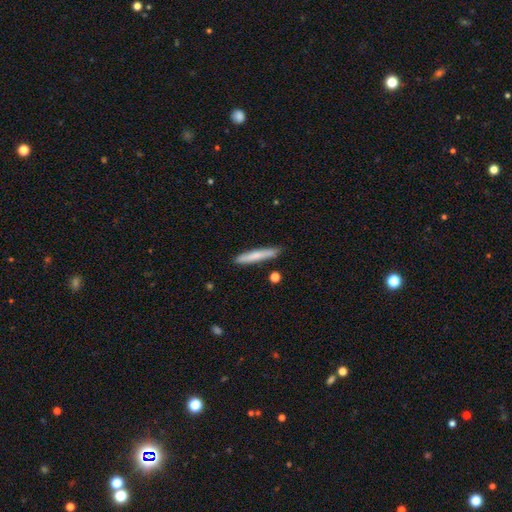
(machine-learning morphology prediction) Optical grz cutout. It shows a smooth galaxy with no disk features (72%) that is cigar-shaped (94%). Merging: none (86%).